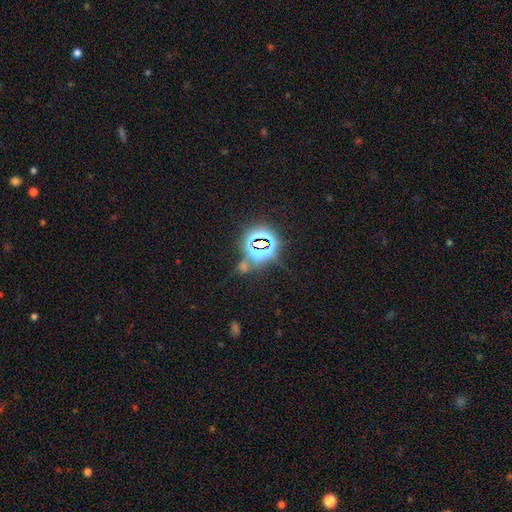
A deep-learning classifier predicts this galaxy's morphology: type=star or artifact (79%).